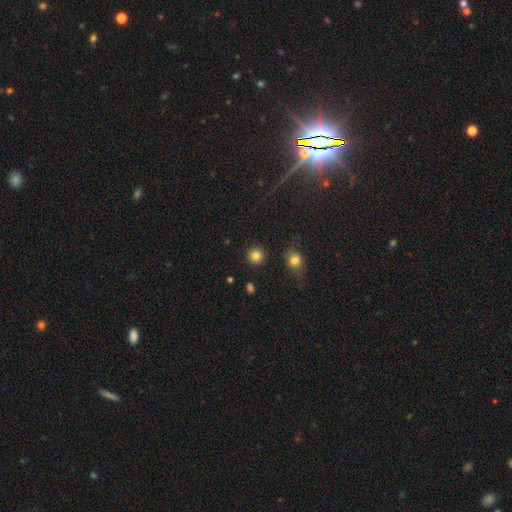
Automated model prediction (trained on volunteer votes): A smooth galaxy with no disk features (84%) that is round (94%).

Vote fractions:
- Smooth or featured? smooth: 84% / star or artifact: 12% / featured or disk: 5%
- How rounded? round: 94% / in between: 5% / cigar-shaped: 1%
- Merging? none: 90% / minor disturbance: 5% / merger: 2% / major disturbance: 2%